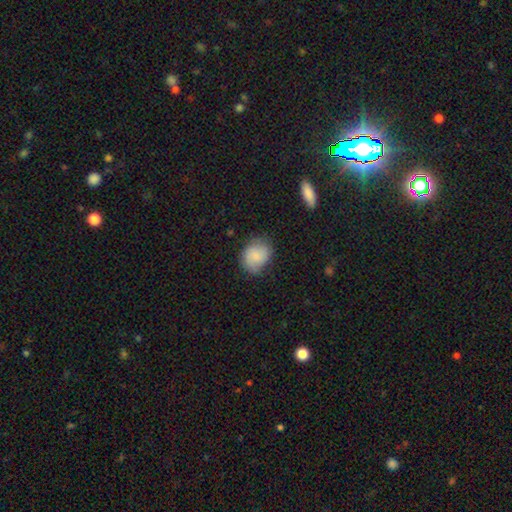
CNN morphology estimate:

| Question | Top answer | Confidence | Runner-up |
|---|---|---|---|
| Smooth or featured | smooth | 77% | featured or disk (15%) |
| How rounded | round | 62% | in between (37%) |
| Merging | none | 67% | minor disturbance (25%) |